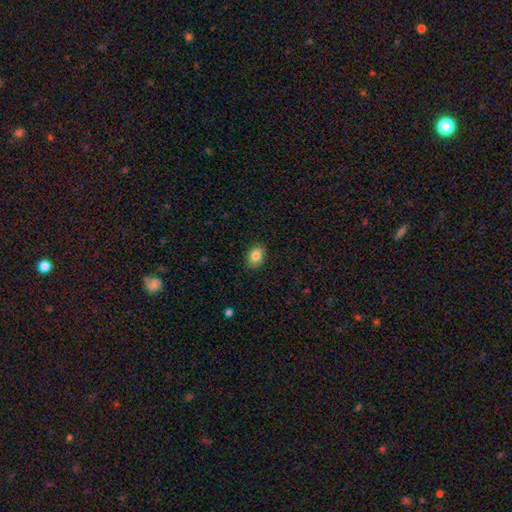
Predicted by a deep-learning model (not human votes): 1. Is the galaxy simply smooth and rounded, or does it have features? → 85% smooth, 8% star or artifact, 7% featured or disk.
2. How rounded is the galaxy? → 75% in between, 24% round, 1% cigar-shaped.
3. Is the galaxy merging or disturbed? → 89% none, 8% minor disturbance, 2% major disturbance, 1% merger.